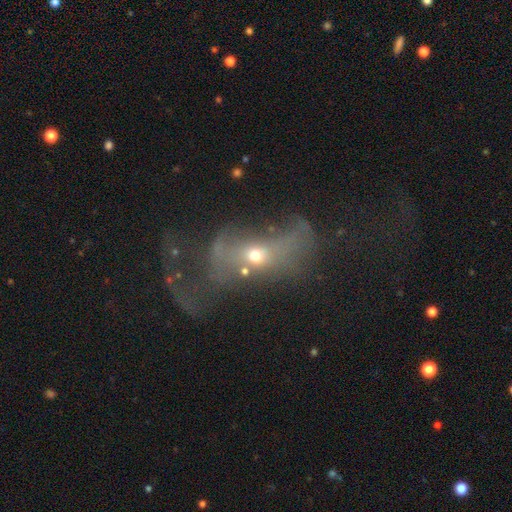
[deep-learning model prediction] Q: Smooth or featured?
A: smooth (40%); tied with: featured or disk (40%)
Q: Merging?
A: major disturbance (44%); runner-up: none (26%)